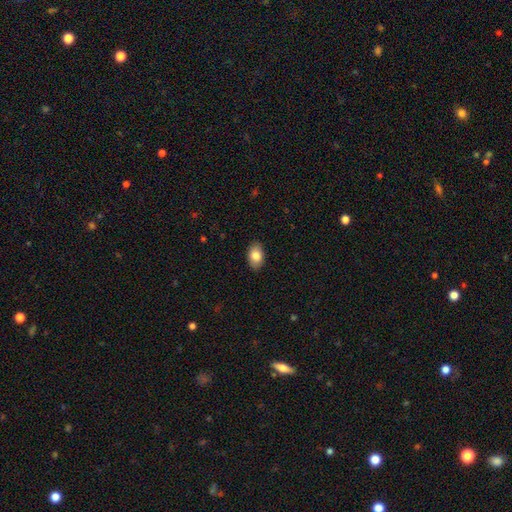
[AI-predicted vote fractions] This is clearly a smooth galaxy (83%). How rounded: clearly in between (89%). Merging: clearly none (89%).